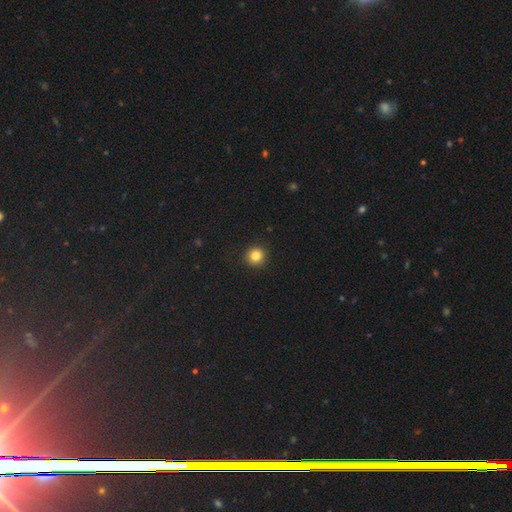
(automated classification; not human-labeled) Smooth or featured? Predicted: smooth (p=0.83). How rounded? Predicted: round (p=0.93). Merging? Predicted: none (p=0.92).